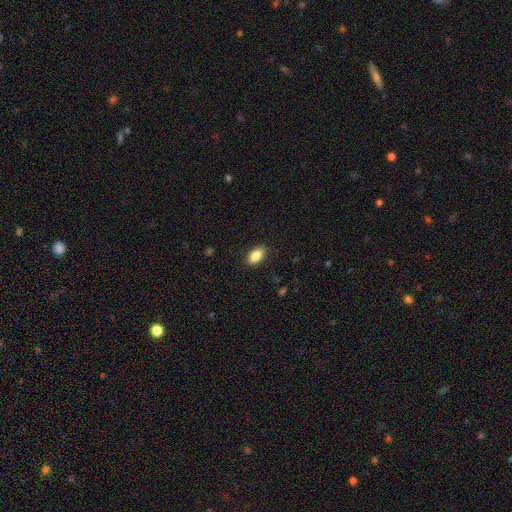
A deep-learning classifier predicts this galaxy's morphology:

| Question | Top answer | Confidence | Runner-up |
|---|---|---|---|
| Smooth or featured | smooth | 87% | star or artifact (7%) |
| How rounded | in between | 91% | round (6%) |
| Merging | none | 87% | minor disturbance (10%) |